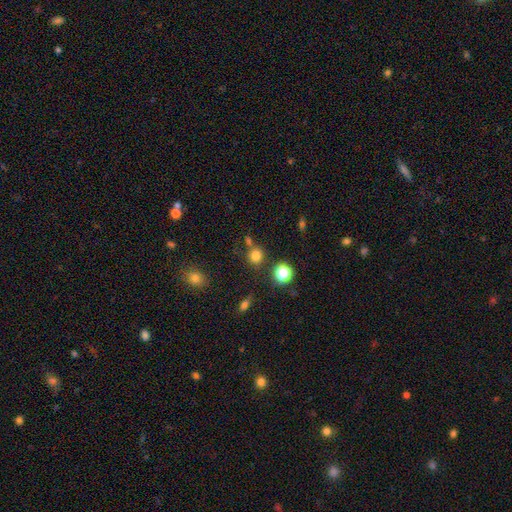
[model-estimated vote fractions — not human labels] A smooth galaxy with no disk features (77%) that is round (87%). Merging: none (72%).